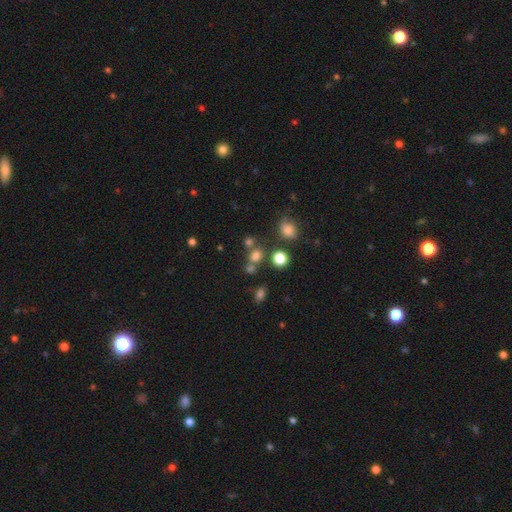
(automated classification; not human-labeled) Overall: smooth (70%). How rounded: round (80%). Merging: none (63%).